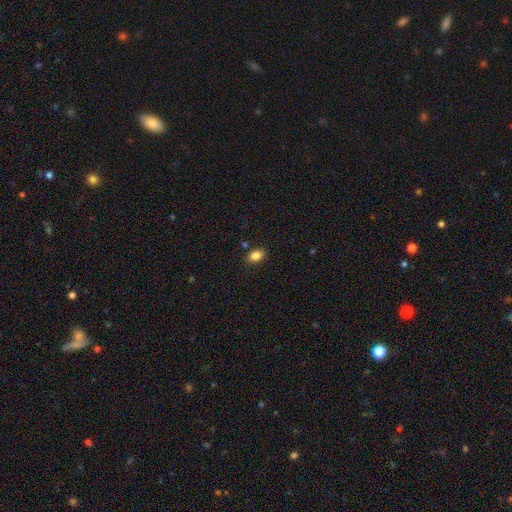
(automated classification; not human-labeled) A smooth galaxy with no disk features (85%) that is in between round and cigar-shaped (84%).

Vote fractions:
- Smooth or featured? smooth: 85% / star or artifact: 9% / featured or disk: 5%
- How rounded? in between: 84% / round: 14% / cigar-shaped: 1%
- Merging? none: 85% / minor disturbance: 10% / merger: 3% / major disturbance: 3%